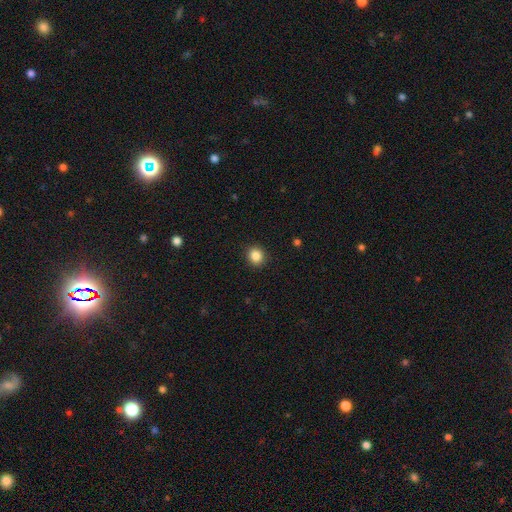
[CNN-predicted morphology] This is clearly a smooth galaxy (86%). How rounded: clearly round (82%). Merging: clearly none (91%).